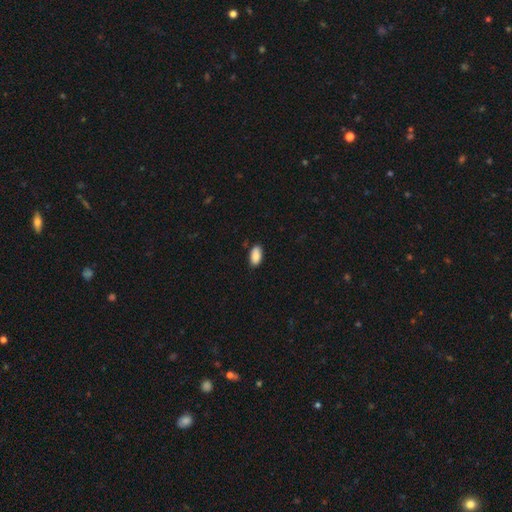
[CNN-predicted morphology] smooth 88%, star or artifact 7%, featured or disk 5%. Down the decision tree: how rounded — in between (94%); merging — none (83%).